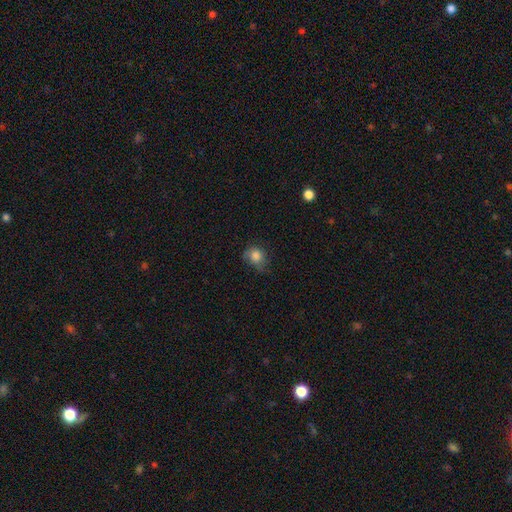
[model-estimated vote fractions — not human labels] Smooth or featured? Predicted: smooth (p=0.82). How rounded? Predicted: round (p=0.69). Merging? Predicted: none (p=0.55).